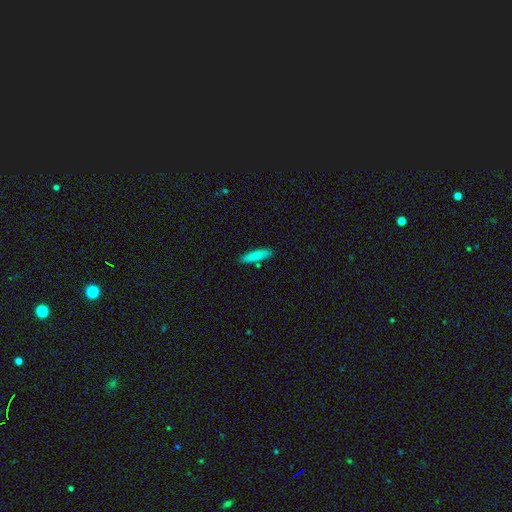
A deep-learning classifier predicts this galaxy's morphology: Smooth or featured?
  - smooth: 84% *
  - featured or disk: 9%
  - star or artifact: 7%
How rounded?
  - cigar-shaped: 70% *
  - in between: 29%
  - round: 2%
Merging?
  - none: 83% *
  - minor disturbance: 11%
  - merger: 3%
  - major disturbance: 2%